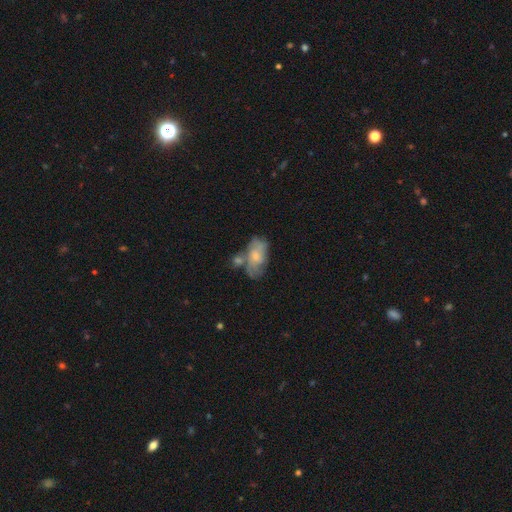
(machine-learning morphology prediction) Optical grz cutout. It shows a smooth galaxy with no disk features (50%). Merging: none (38%).